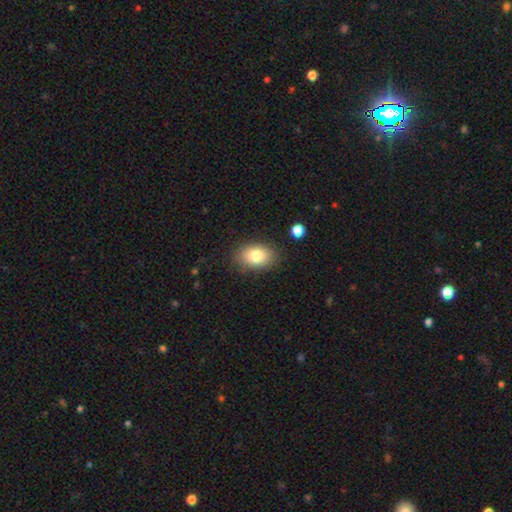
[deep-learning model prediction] This appears to be a smooth galaxy with no disk features (81%) that is in between round and cigar-shaped (82%). Merging: none (84%).